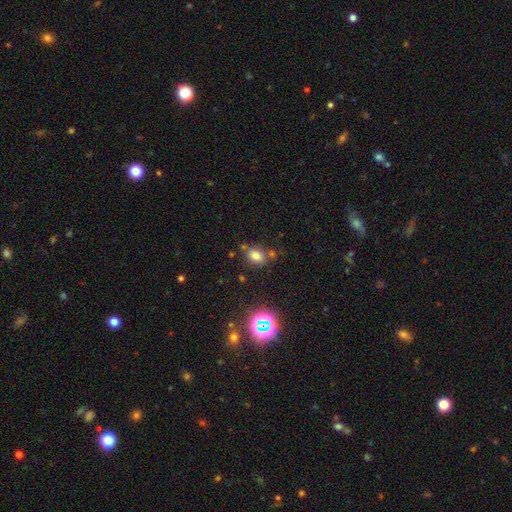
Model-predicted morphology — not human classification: Smooth or featured? Predicted: smooth (p=0.73). How rounded? Predicted: in between (p=0.68). Merging? Predicted: none (p=0.67).